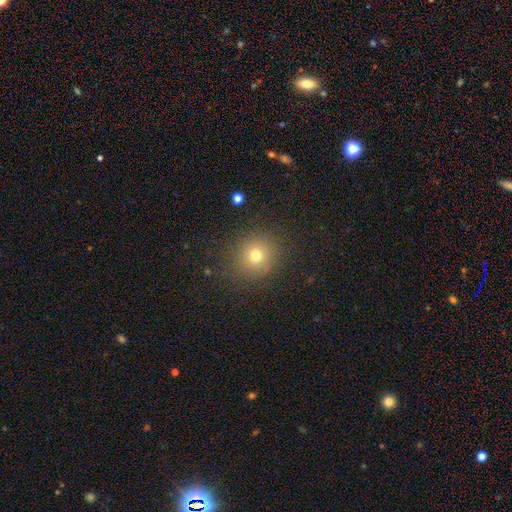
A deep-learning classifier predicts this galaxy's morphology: Smooth or featured?
  - smooth: 73% *
  - star or artifact: 17%
  - featured or disk: 10%
How rounded?
  - round: 86% *
  - in between: 13%
  - cigar-shaped: 1%
Merging?
  - none: 86% *
  - minor disturbance: 9%
  - major disturbance: 4%
  - merger: 1%